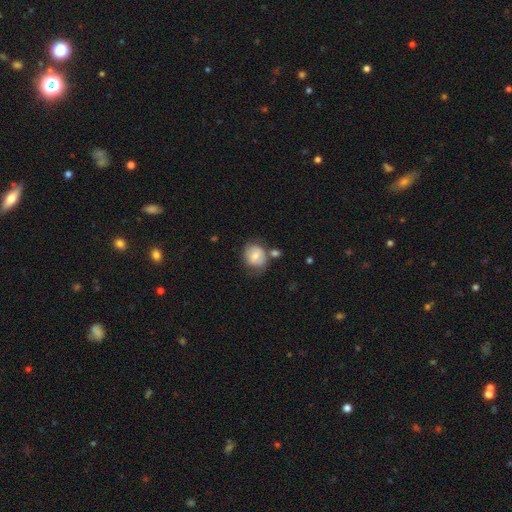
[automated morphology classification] type=smooth (61%); roundness=round (72%); merging=none (55%).